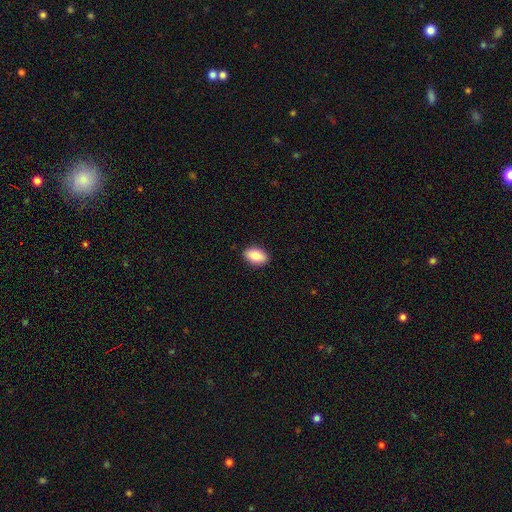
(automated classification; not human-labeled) smooth 85%, featured or disk 8%, star or artifact 7%. Down the decision tree: how rounded — in between (90%); merging — none (90%).